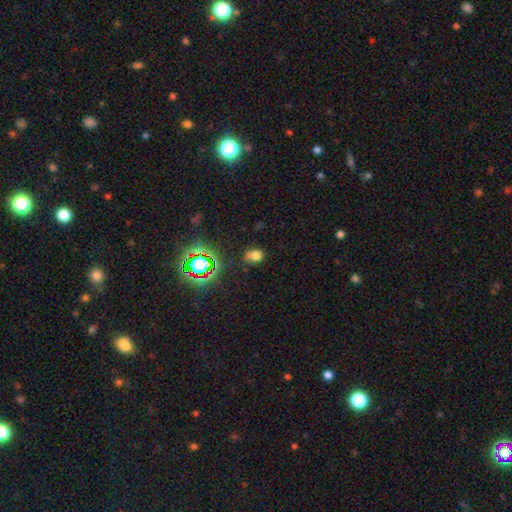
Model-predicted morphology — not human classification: type=smooth (68%); roundness=round (52%); merging=none (63%).